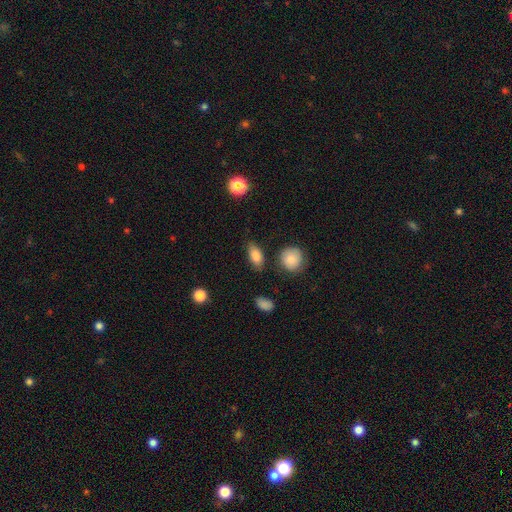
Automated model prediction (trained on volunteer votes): Smooth or featured?
  - smooth: 85% *
  - star or artifact: 8%
  - featured or disk: 7%
How rounded?
  - in between: 87% *
  - round: 7%
  - cigar-shaped: 7%
Merging?
  - none: 80% *
  - minor disturbance: 13%
  - major disturbance: 4%
  - merger: 3%